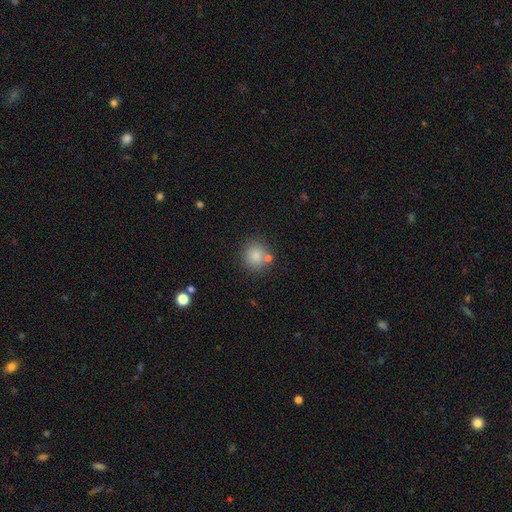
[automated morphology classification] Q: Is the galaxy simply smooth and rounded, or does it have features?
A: smooth — 83%.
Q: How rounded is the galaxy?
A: round — 90%.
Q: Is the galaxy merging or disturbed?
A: none — 76%.